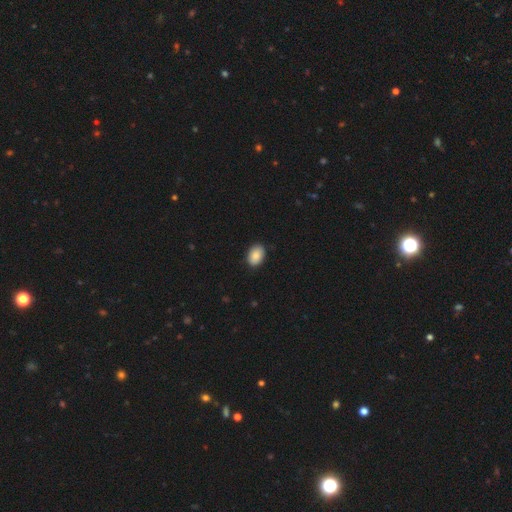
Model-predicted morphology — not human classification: This is clearly a smooth galaxy (88%). How rounded: clearly in between (84%). Merging: clearly none (87%).